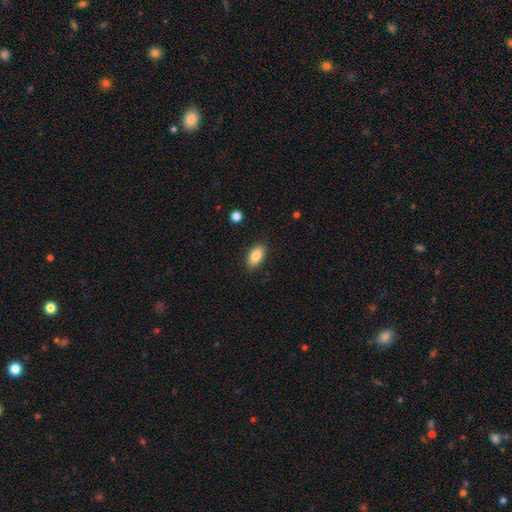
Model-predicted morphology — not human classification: Overall: smooth (84%). How rounded: in between (92%). Merging: none (89%).